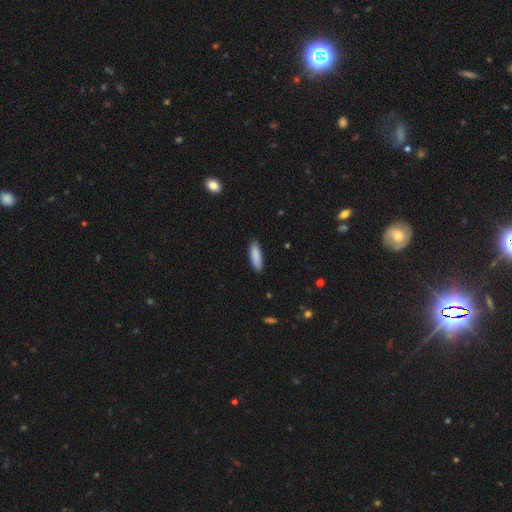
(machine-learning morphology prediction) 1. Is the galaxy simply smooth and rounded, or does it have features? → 88% smooth, 7% featured or disk, 6% star or artifact.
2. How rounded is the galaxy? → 50% cigar-shaped, 48% in between, 1% round.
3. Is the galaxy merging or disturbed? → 88% none, 10% minor disturbance, 2% major disturbance, 1% merger.